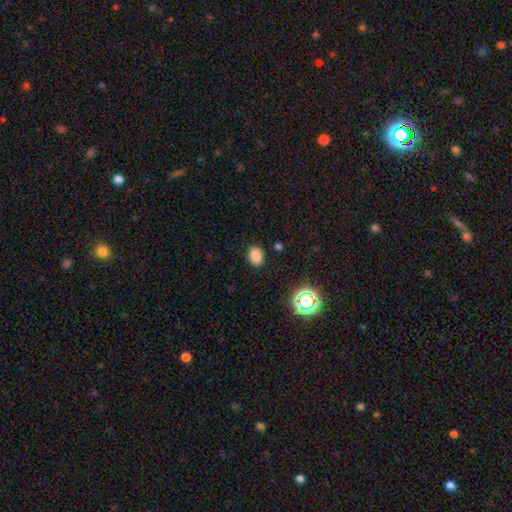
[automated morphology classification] A smooth galaxy with no disk features (81%) that is in between round and cigar-shaped (78%). Merging: none (86%).